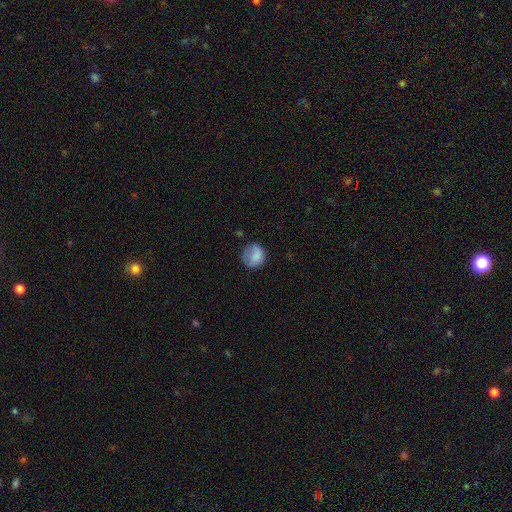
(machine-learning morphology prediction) Smooth or featured: smooth — 78% (featured or disk — 14%)
How rounded: round — 77% (in between — 22%)
Merging: none — 59% (minor disturbance — 26%)